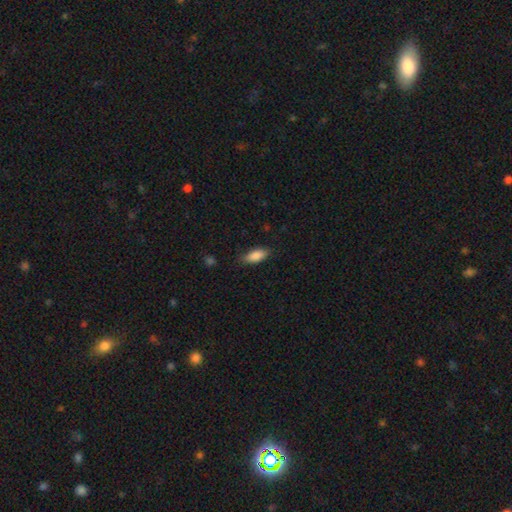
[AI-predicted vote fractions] This appears to be a smooth galaxy with no disk features (87%) that is in between round and cigar-shaped (81%). Merging: none (81%).